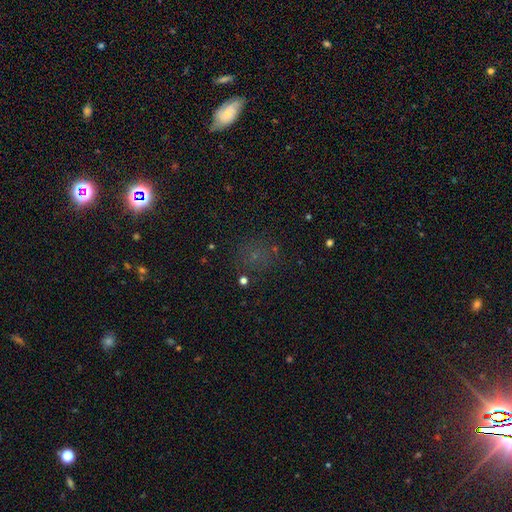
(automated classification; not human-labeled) smooth_or_featured: smooth (p=0.46) [alt: star or artifact p=0.43]
merging: none (p=0.76) [alt: minor disturbance p=0.13]